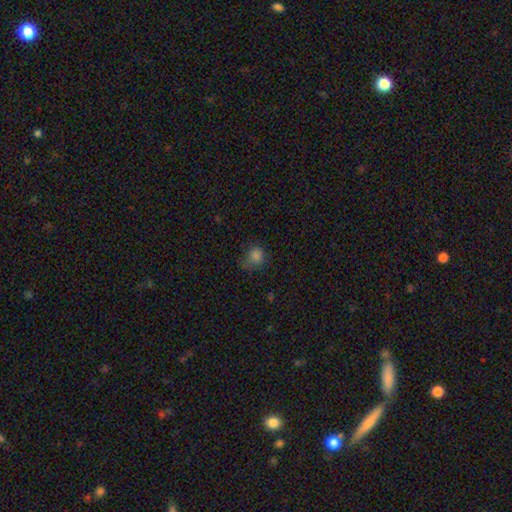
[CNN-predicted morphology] type=smooth (78%); roundness=round (76%); merging=none (56%).